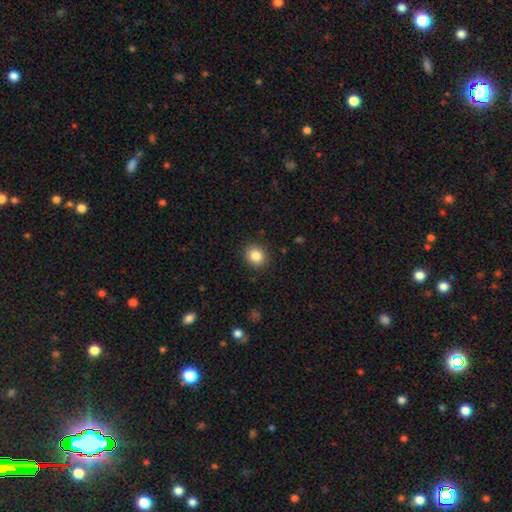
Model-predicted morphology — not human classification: The model was most divided on "how rounded": round: 77%, in between: 22%, cigar-shaped: 1%. More confident: merging — none (89%); smooth or featured — smooth (85%).